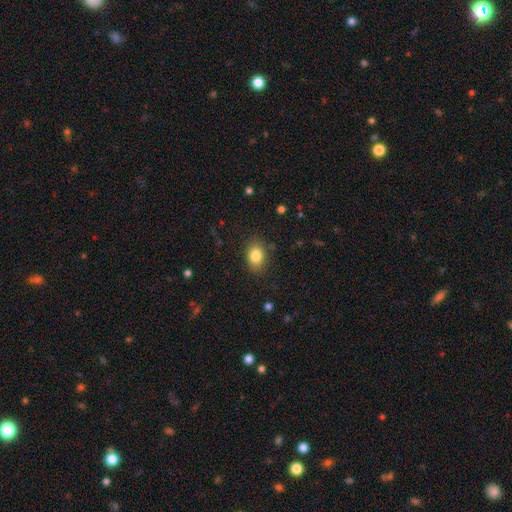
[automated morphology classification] Q: Smooth or featured?
A: smooth (84%); runner-up: star or artifact (9%)
Q: How rounded?
A: in between (67%); runner-up: round (32%)
Q: Merging?
A: none (84%); runner-up: minor disturbance (11%)